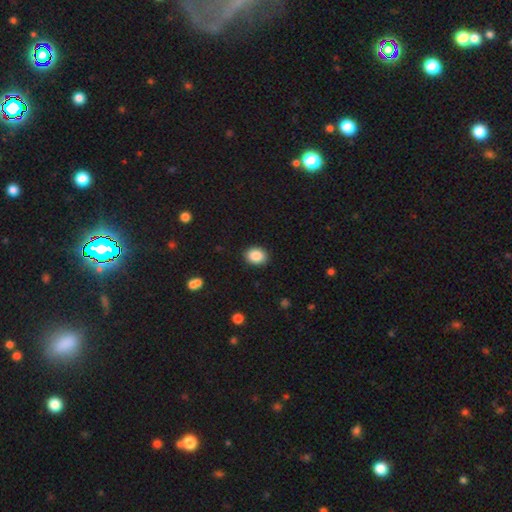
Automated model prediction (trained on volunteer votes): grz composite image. It shows a smooth galaxy with no disk features (88%) that is in between round and cigar-shaped (54%). Merging: none (89%).